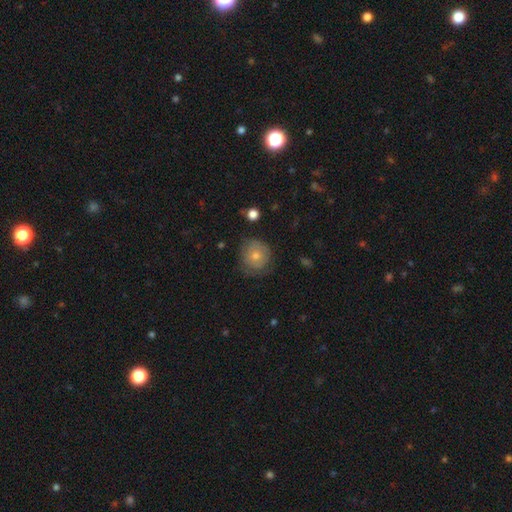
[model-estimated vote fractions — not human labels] A smooth galaxy with no disk features (68%) that is round (87%).

Vote fractions:
- Smooth or featured? smooth: 68% / featured or disk: 24% / star or artifact: 8%
- How rounded? round: 87% / in between: 12% / cigar-shaped: 1%
- Merging? none: 68% / minor disturbance: 23% / major disturbance: 8% / merger: 1%